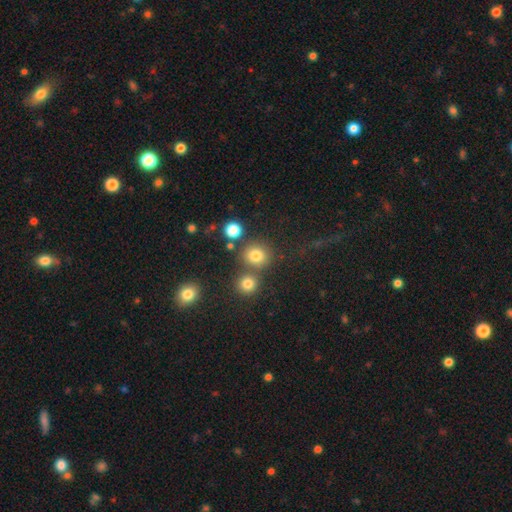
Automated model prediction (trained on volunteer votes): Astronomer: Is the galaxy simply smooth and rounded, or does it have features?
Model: smooth — 77%.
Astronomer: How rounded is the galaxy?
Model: round — 84%.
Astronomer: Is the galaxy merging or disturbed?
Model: none — 70%.